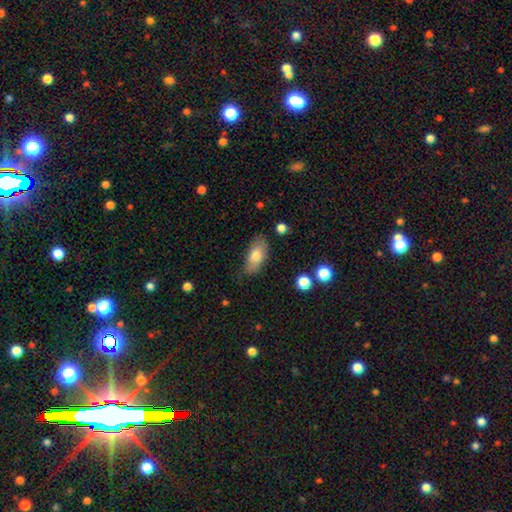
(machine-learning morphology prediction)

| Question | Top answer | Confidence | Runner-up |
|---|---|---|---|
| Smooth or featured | smooth | 76% | featured or disk (17%) |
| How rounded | in between | 89% | cigar-shaped (7%) |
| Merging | none | 73% | minor disturbance (21%) |